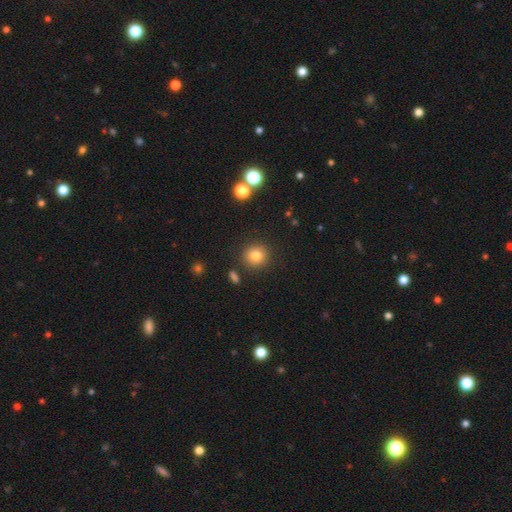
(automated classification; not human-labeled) Smooth or featured? smooth (80%)
How rounded? round (90%)
Merging? none (88%)